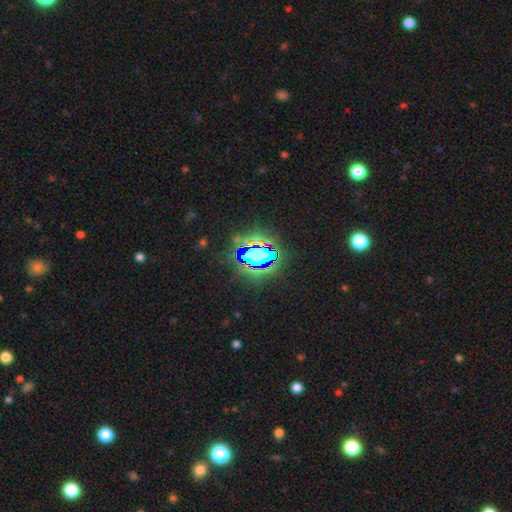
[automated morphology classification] This appears to be a star or artifact, not a galaxy (82%).